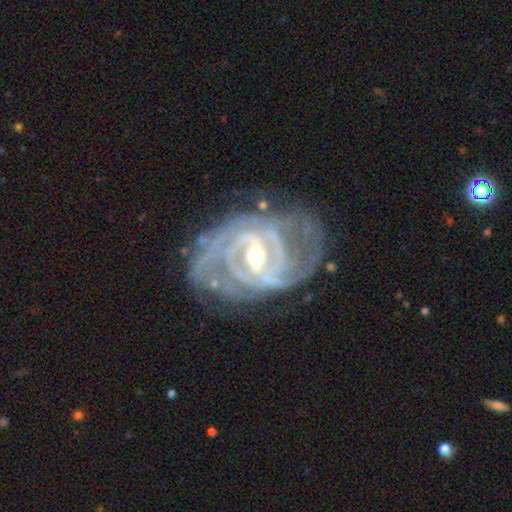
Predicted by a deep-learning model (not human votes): Smooth or featured? featured or disk (93%)
Edge-on disk? no (97%)
Bar? strong (52%)
Spiral arms? yes (98%)
Spiral winding? tight (68%)
Spiral arm count? 2 (25%, tied with 3)
Bulge size? moderate (54%)
Merging? none (70%)